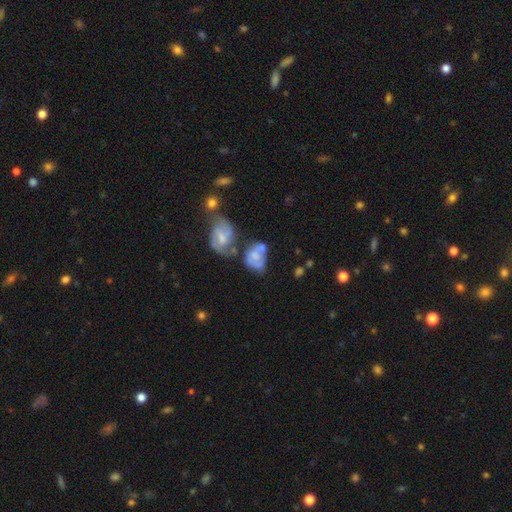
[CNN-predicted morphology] This is possibly a featured or disk galaxy (47%). Merging: marginally merger (37%).